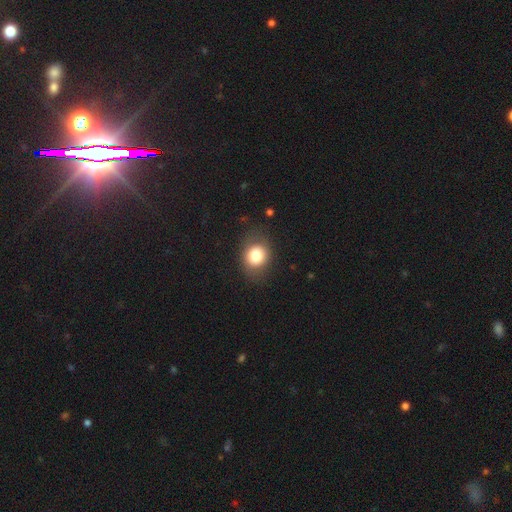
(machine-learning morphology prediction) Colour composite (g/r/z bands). It shows a smooth galaxy with no disk features (78%) that is round (60%). Merging: none (79%).